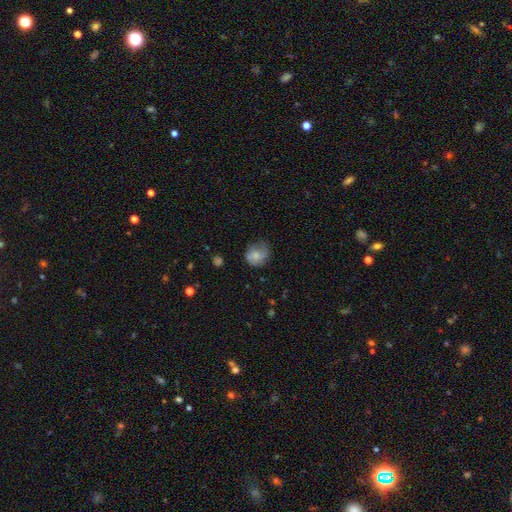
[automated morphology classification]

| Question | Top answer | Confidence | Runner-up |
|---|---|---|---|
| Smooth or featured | smooth | 72% | featured or disk (20%) |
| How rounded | round | 73% | in between (26%) |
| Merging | none | 53% | minor disturbance (33%) |